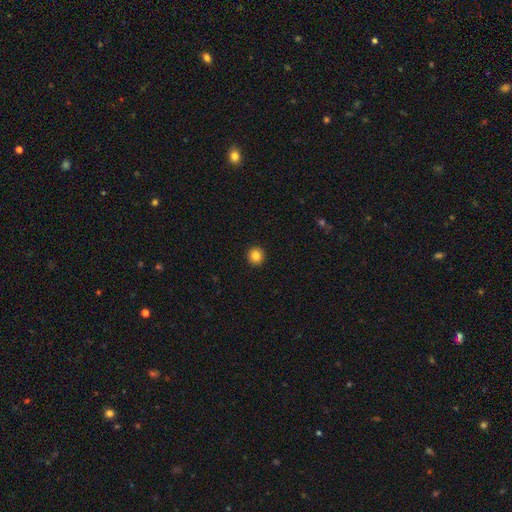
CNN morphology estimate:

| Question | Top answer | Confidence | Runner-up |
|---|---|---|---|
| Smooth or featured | smooth | 85% | star or artifact (10%) |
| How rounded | round | 94% | in between (5%) |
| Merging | none | 94% | minor disturbance (4%) |